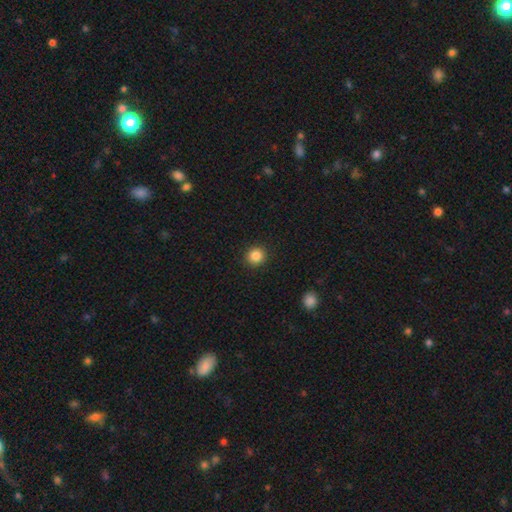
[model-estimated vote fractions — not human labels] Smooth or featured: smooth — 86% (star or artifact — 10%)
How rounded: round — 92% (in between — 7%)
Merging: none — 92% (minor disturbance — 5%)